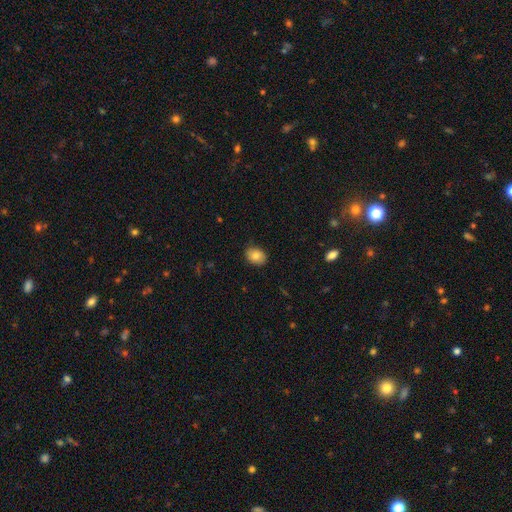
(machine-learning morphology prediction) Smooth or featured? smooth (82%)
How rounded? in between (63%)
Merging? none (85%)